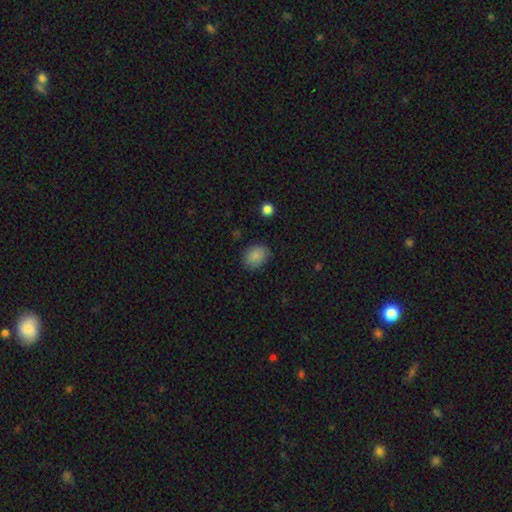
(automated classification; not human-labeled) smooth 87%, star or artifact 9%, featured or disk 5%. Down the decision tree: how rounded — in between (60%); merging — none (81%).